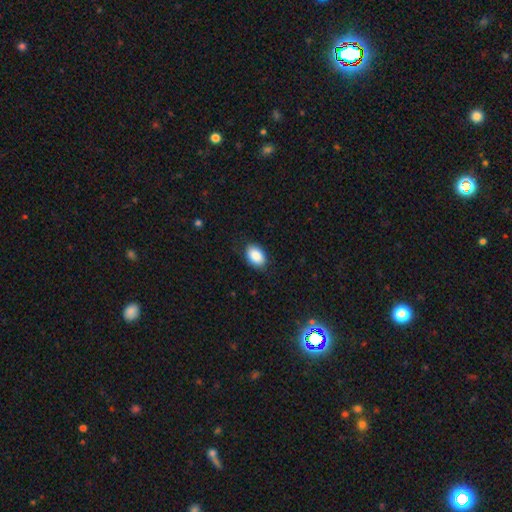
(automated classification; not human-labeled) Smooth or featured? Predicted: smooth (p=0.89). How rounded? Predicted: in between (p=0.88). Merging? Predicted: none (p=0.84).